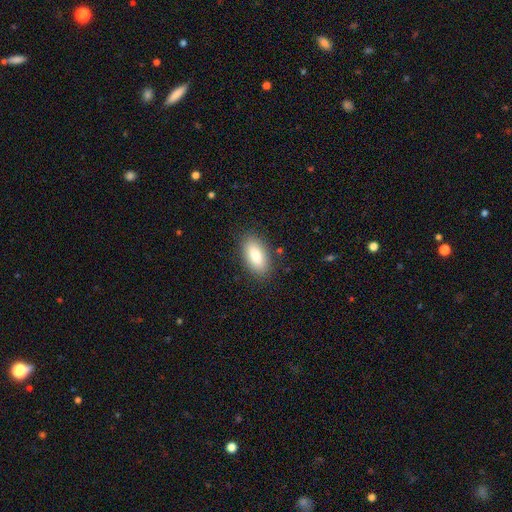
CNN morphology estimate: Overall: smooth (86%). How rounded: in between (90%). Merging: none (85%).